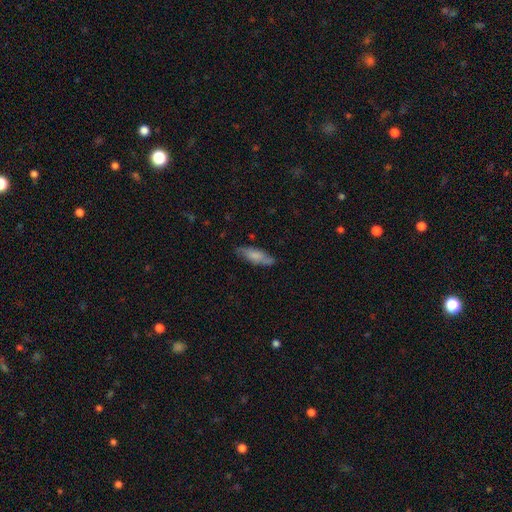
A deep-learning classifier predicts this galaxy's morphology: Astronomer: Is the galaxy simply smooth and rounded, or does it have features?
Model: smooth — 67%.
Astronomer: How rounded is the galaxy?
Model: cigar-shaped — 50% (runner-up: in between, 48%).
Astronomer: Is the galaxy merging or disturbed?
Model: none — 74%.